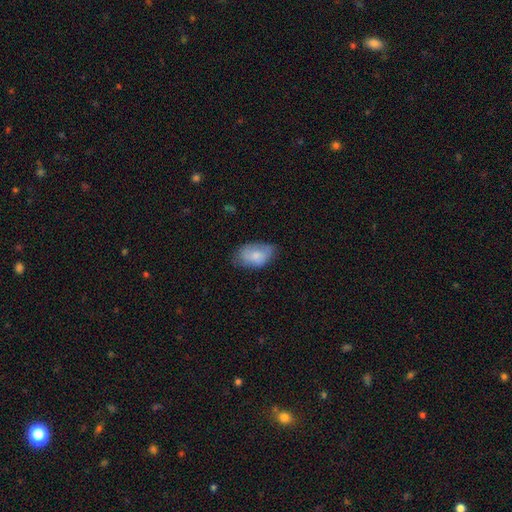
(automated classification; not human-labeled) smooth_or_featured: smooth (p=0.74) [alt: featured or disk p=0.19]
how_rounded: in between (p=0.90) [alt: round p=0.08]
merging: none (p=0.59) [alt: minor disturbance p=0.31]